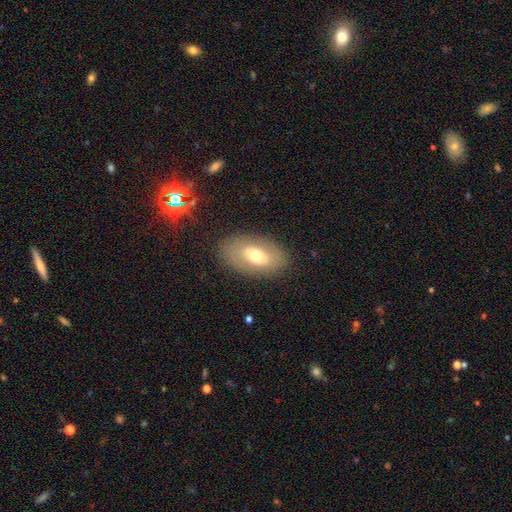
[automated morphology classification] Smooth or featured? Predicted: smooth (p=0.59). How rounded? Predicted: in between (p=0.90). Merging? Predicted: none (p=0.83).